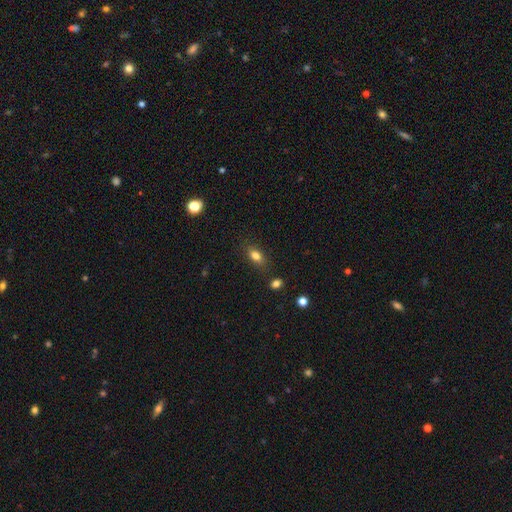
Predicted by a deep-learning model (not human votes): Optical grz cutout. It shows a smooth galaxy with no disk features (80%) that is in between round and cigar-shaped (80%). Merging: none (80%).